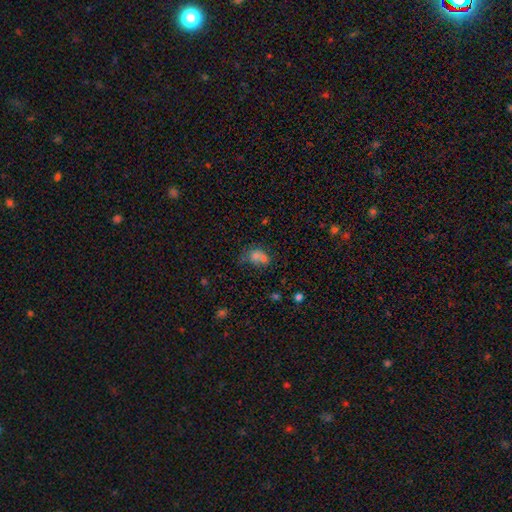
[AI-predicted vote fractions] A smooth galaxy with no disk features (69%) that is in between round and cigar-shaped (51%).

Vote fractions:
- Smooth or featured? smooth: 69% / star or artifact: 16% / featured or disk: 15%
- How rounded? in between: 51% / round: 48% / cigar-shaped: 1%
- Merging? merger: 52% / none: 27% / minor disturbance: 12% / major disturbance: 8%